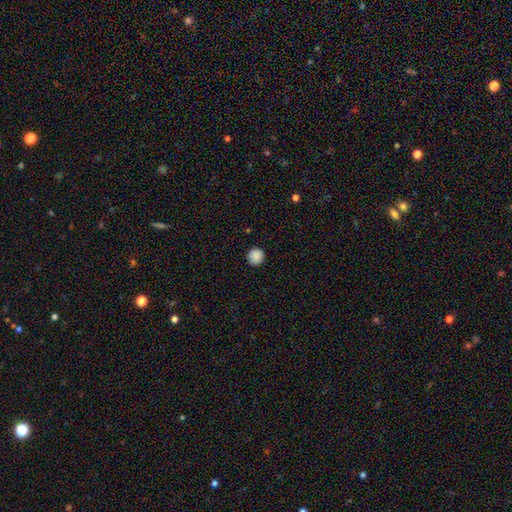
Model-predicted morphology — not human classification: smooth 88%, star or artifact 9%, featured or disk 3%. Down the decision tree: how rounded — round (96%); merging — none (91%).